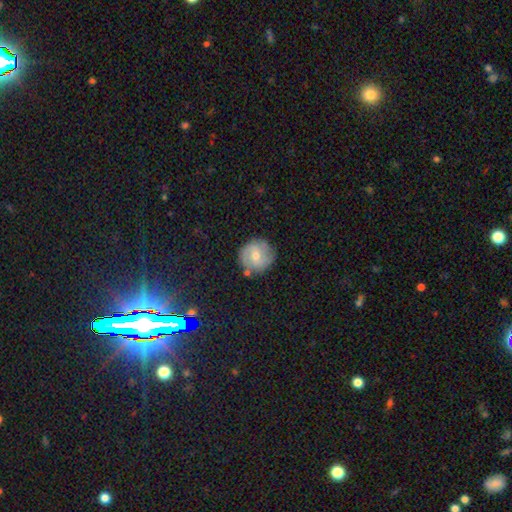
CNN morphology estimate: This is possibly a featured or disk galaxy (46%). Merging: likely none (79%).